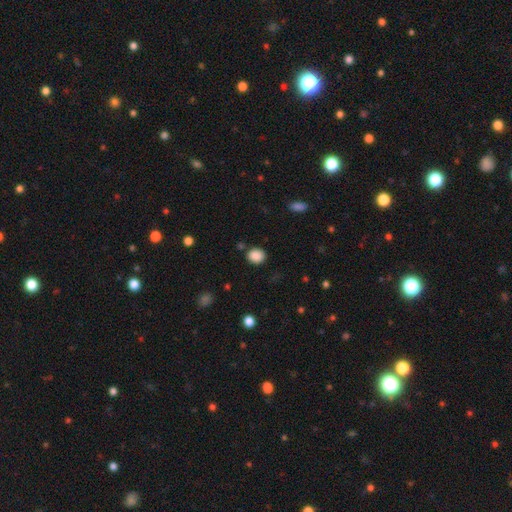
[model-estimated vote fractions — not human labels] smooth 87%, star or artifact 9%, featured or disk 3%. Down the decision tree: how rounded — round (69%); merging — none (83%).